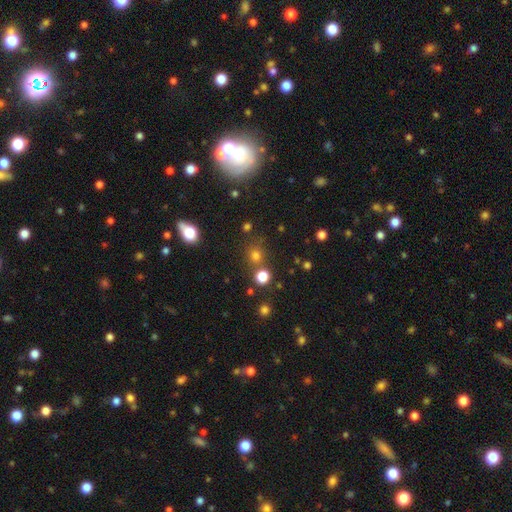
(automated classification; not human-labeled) A smooth galaxy with no disk features (71%) that is round (88%).

Vote fractions:
- Smooth or featured? smooth: 71% / star or artifact: 22% / featured or disk: 7%
- How rounded? round: 88% / in between: 11% / cigar-shaped: 1%
- Merging? none: 74% / merger: 14% / minor disturbance: 8% / major disturbance: 4%